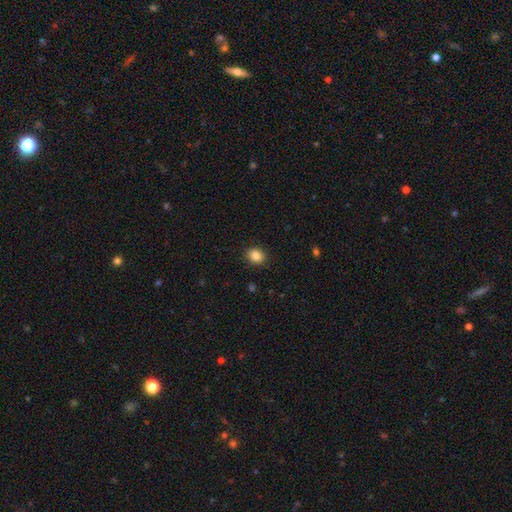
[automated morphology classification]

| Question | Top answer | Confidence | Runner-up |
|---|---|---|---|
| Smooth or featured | smooth | 86% | star or artifact (10%) |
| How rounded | round | 62% | in between (38%) |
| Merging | none | 90% | minor disturbance (7%) |